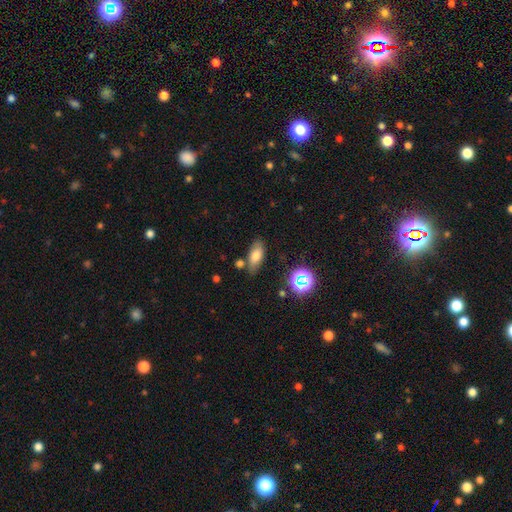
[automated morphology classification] This appears to be a smooth galaxy with no disk features (73%) that is in between round and cigar-shaped (82%). Merging: none (72%).